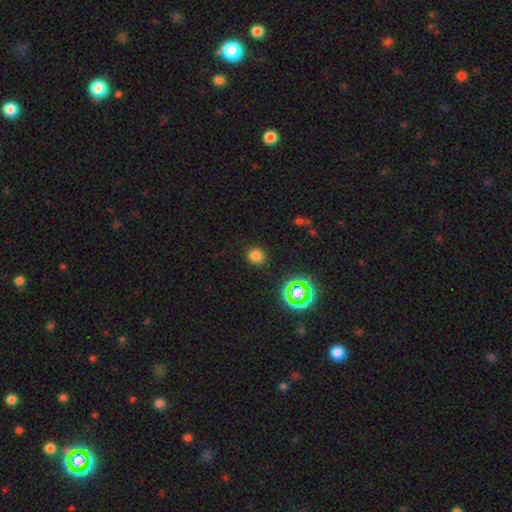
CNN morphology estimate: Smooth or featured? Predicted: smooth (p=0.75). How rounded? Predicted: round (p=0.88). Merging? Predicted: none (p=0.88).